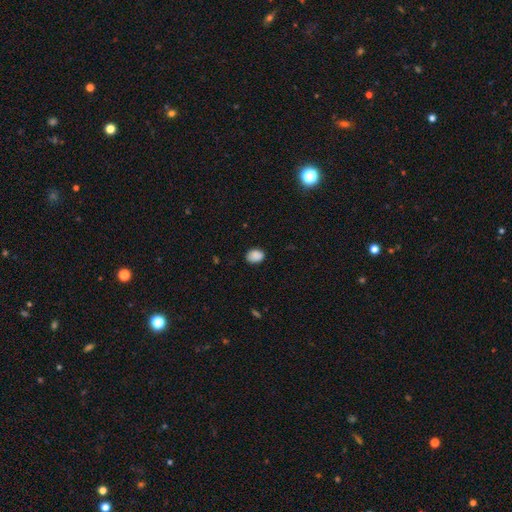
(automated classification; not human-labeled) Smooth or featured: smooth — 87% (star or artifact — 8%)
How rounded: in between — 67% (round — 32%)
Merging: none — 81% (minor disturbance — 15%)